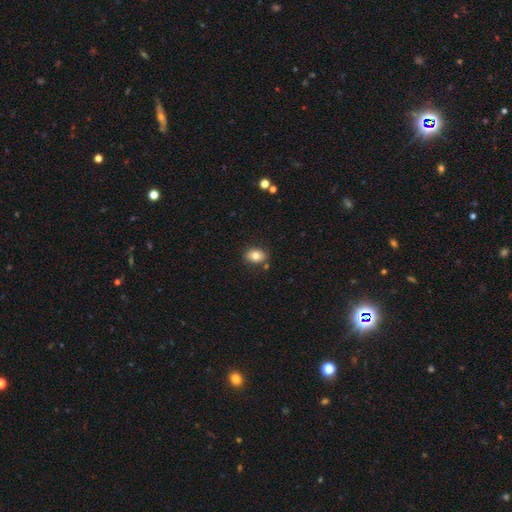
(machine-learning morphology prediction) The model was most divided on "how rounded": in between: 72%, round: 27%, cigar-shaped: 1%. More confident: merging — none (81%); smooth or featured — smooth (80%).